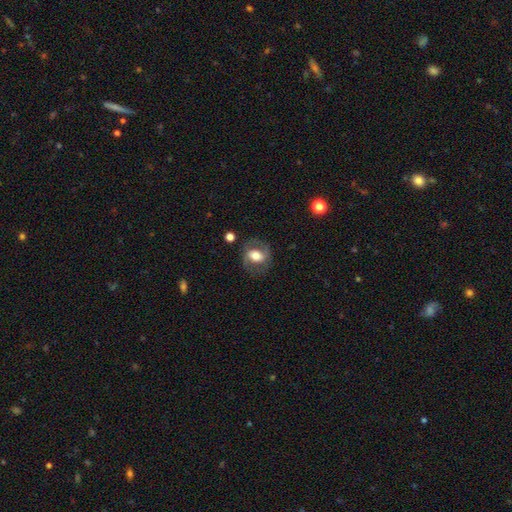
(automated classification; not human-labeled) Q: Smooth or featured?
A: featured or disk (54%); runner-up: smooth (38%)
Q: Edge-on disk?
A: no (94%); runner-up: yes (6%)
Q: Bar?
A: weak (36%); runner-up: no (35%)
Q: Spiral arms?
A: yes (67%); runner-up: no (33%)
Q: Bulge size?
A: moderate (58%); runner-up: large (28%)
Q: Merging?
A: none (71%); runner-up: minor disturbance (17%)